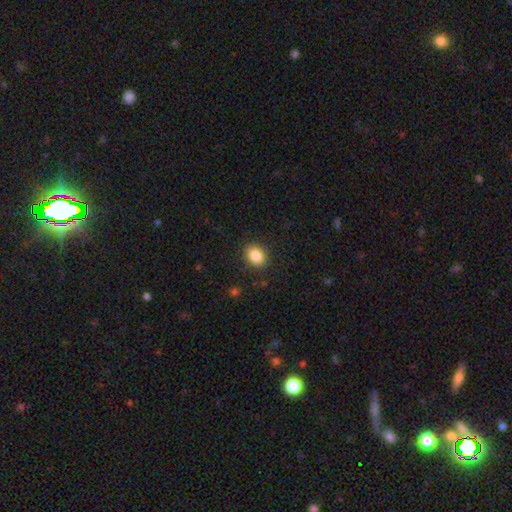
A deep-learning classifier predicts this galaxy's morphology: Smooth or featured? smooth (86%)
How rounded? in between (59%)
Merging? none (88%)